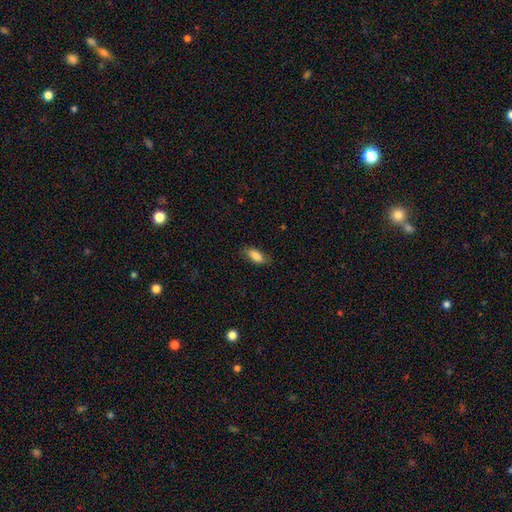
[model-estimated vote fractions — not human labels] Q: Smooth or featured?
A: smooth (85%); runner-up: featured or disk (8%)
Q: How rounded?
A: in between (85%); runner-up: cigar-shaped (12%)
Q: Merging?
A: none (78%); runner-up: minor disturbance (17%)